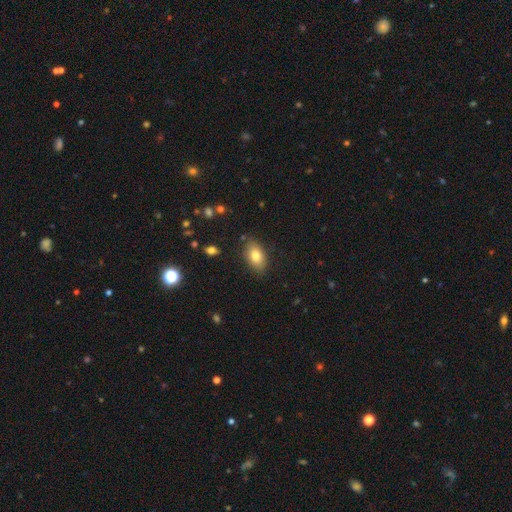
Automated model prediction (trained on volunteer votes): Smooth or featured? Predicted: smooth (p=0.80). How rounded? Predicted: in between (p=0.89). Merging? Predicted: none (p=0.83).